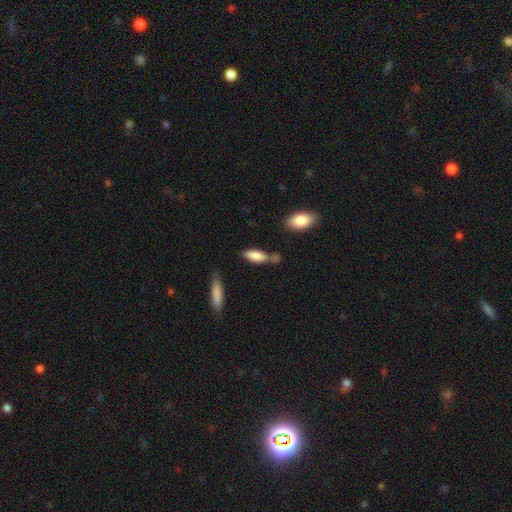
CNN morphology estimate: smooth-or-featured: smooth: 81% | featured or disk: 13% | star or artifact: 6%
  how-rounded: in between: 68% | cigar-shaped: 30% | round: 2%
  merging: none: 50% | minor disturbance: 25% | merger: 18% | major disturbance: 7%